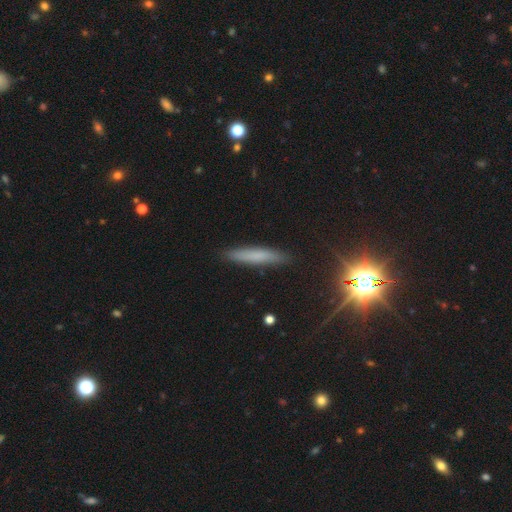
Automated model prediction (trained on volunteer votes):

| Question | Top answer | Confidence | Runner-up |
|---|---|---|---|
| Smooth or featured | smooth | 65% | featured or disk (22%) |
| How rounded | cigar-shaped | 92% | in between (7%) |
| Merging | none | 88% | minor disturbance (9%) |